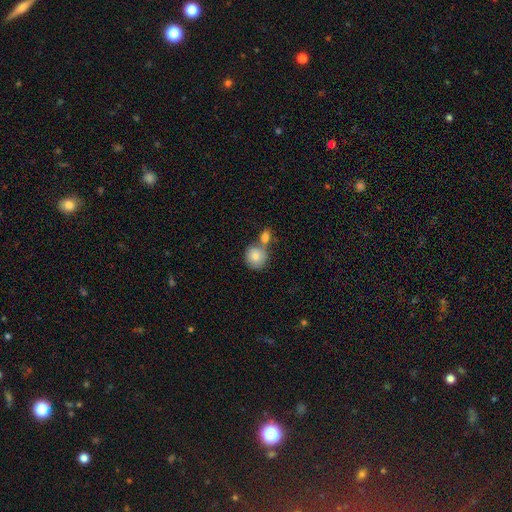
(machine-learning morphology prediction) smooth 82%, featured or disk 11%, star or artifact 7%. Down the decision tree: how rounded — round (86%); merging — none (45%).